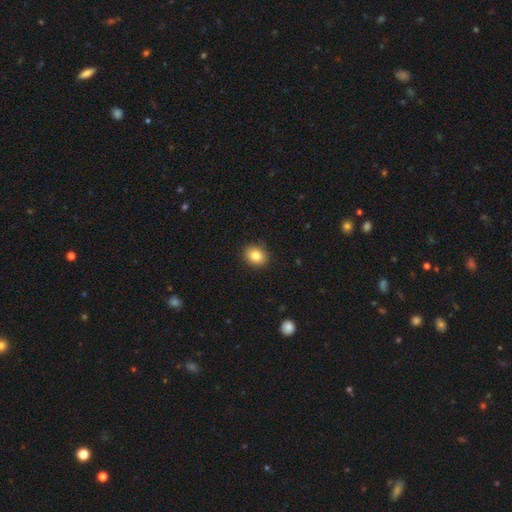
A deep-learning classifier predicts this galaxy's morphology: Smooth or featured: smooth — 84% (star or artifact — 9%)
How rounded: round — 58% (in between — 41%)
Merging: none — 89% (minor disturbance — 8%)